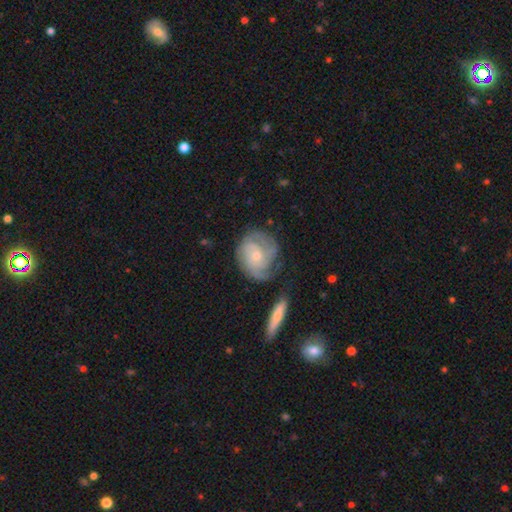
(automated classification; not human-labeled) The model was most divided on "spiral arm count": 3: 36%, can't tell: 23%, 2: 22%, 4: 10%, 1: 5%, more than 4: 4%. More confident: edge-on disk — no (97%); spiral arms — yes (94%); smooth or featured — featured or disk (79%); bar — no (72%); merging — none (66%); bulge size — small (61%); spiral winding — tight (57%).